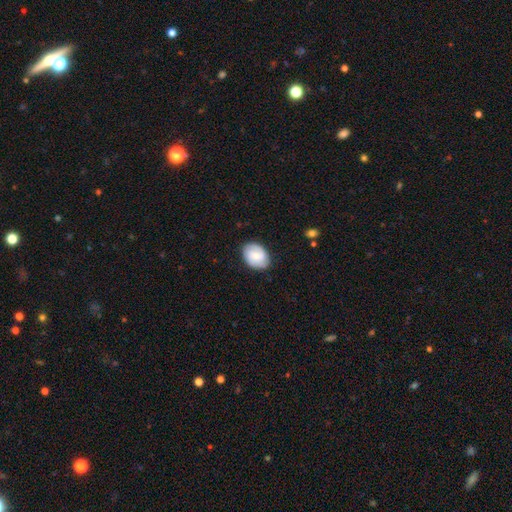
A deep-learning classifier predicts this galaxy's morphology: This is possibly a smooth galaxy (51%). How rounded: likely in between (70%). Merging: clearly none (83%).